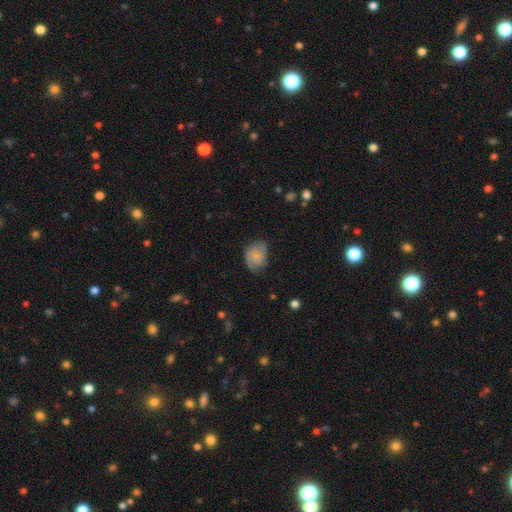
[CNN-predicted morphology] Smooth or featured? Predicted: smooth (p=0.54). How rounded? Predicted: in between (p=0.60). Merging? Predicted: none (p=0.54).